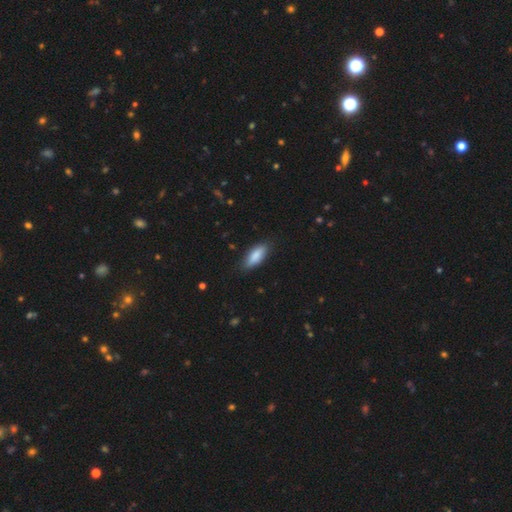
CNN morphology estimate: type=smooth (86%); roundness=in between (76%); merging=none (83%).